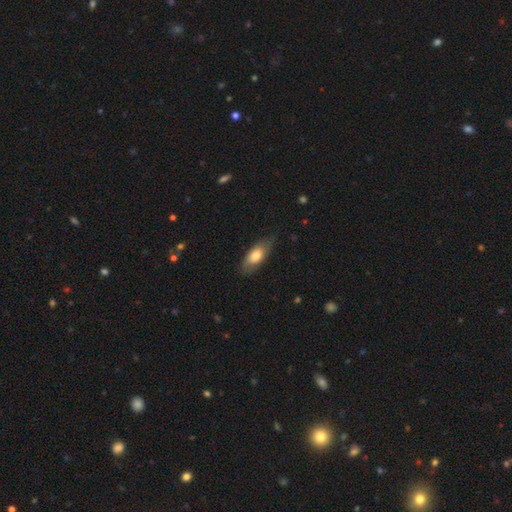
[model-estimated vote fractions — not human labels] smooth 70%, featured or disk 24%, star or artifact 6%. Down the decision tree: how rounded — in between (83%); merging — none (76%).